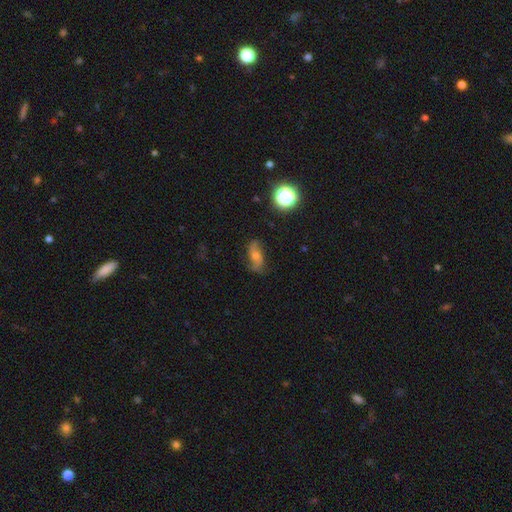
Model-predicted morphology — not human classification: featured or disk 61%, smooth 26%, star or artifact 13%. Down the decision tree: edge-on disk — no (92%); bar — no (63%); spiral arms — yes (90%); spiral arm count — 2 (88%); spiral winding — loose (62%); bulge size — moderate (50%); merging — none (72%).